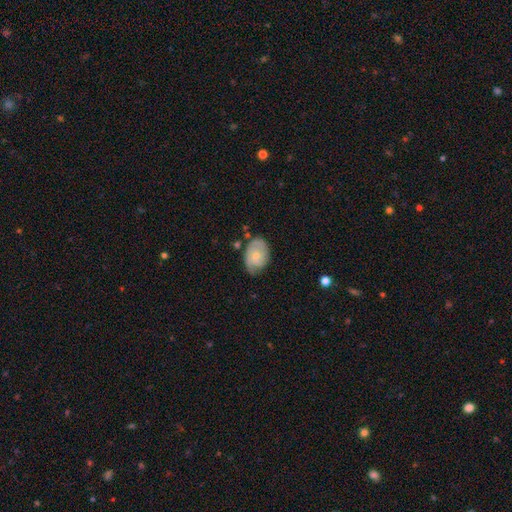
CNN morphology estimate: type=smooth (51%); roundness=in between (77%); merging=none (53%).